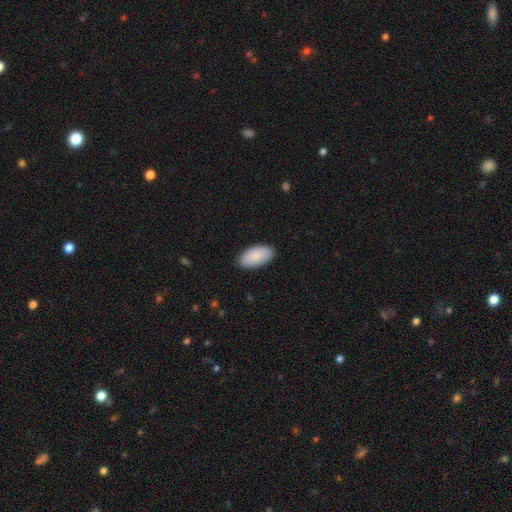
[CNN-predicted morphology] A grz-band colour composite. It shows a smooth galaxy with no disk features (88%) that is in between round and cigar-shaped (96%). Merging: none (88%).